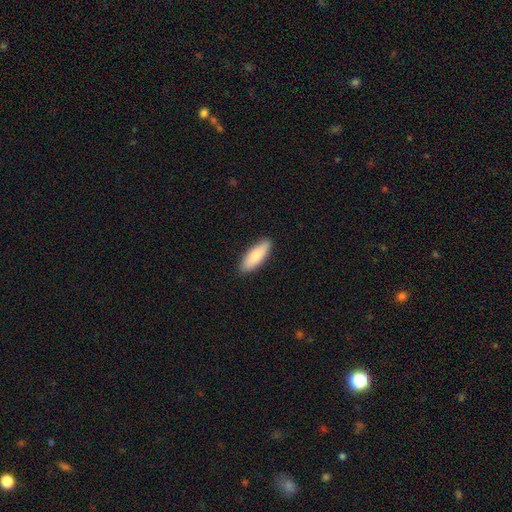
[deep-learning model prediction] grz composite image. It shows a smooth galaxy with no disk features (82%) that is in between round and cigar-shaped (64%). Merging: none (89%).